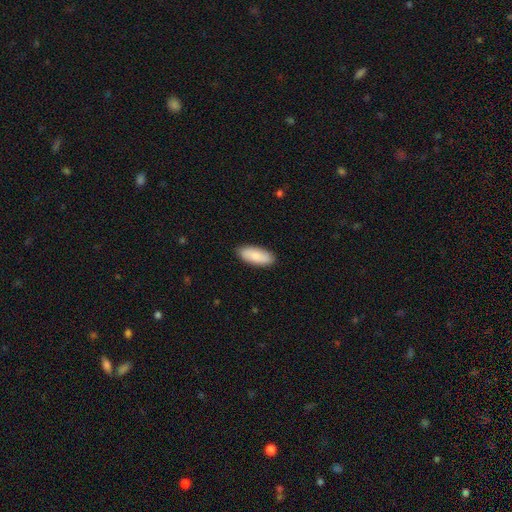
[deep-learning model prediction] A smooth galaxy with no disk features (85%) that is in between round and cigar-shaped (84%).

Vote fractions:
- Smooth or featured? smooth: 85% / featured or disk: 10% / star or artifact: 5%
- How rounded? in between: 84% / cigar-shaped: 15% / round: 2%
- Merging? none: 89% / minor disturbance: 8% / major disturbance: 2% / merger: 1%